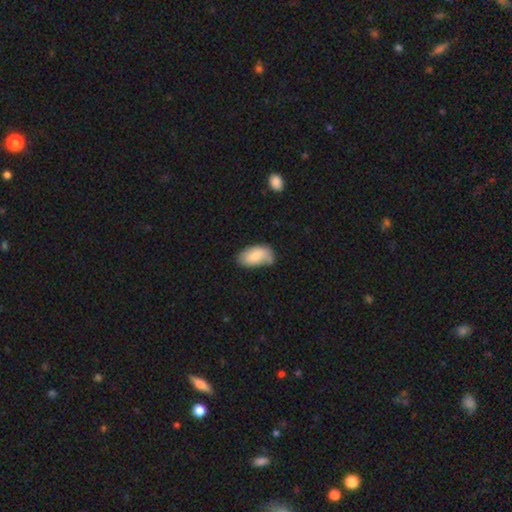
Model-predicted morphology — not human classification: smooth-or-featured: smooth: 79% | featured or disk: 15% | star or artifact: 6%
  how-rounded: in between: 95% | round: 3% | cigar-shaped: 2%
  merging: none: 56% | minor disturbance: 32% | major disturbance: 8% | merger: 4%